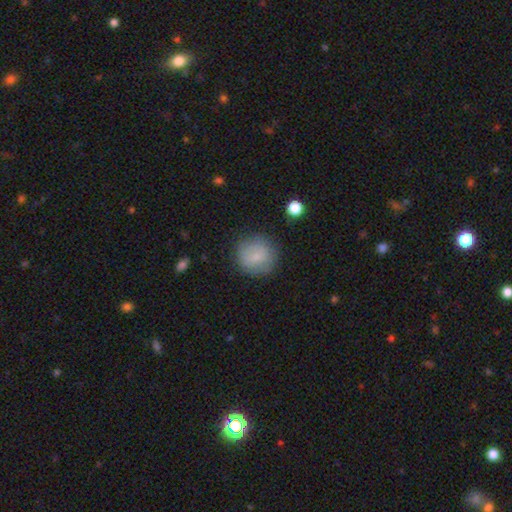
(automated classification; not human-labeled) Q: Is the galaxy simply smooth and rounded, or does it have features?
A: smooth — 79%.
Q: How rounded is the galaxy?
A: round — 89%.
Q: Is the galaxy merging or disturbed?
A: none — 83%.